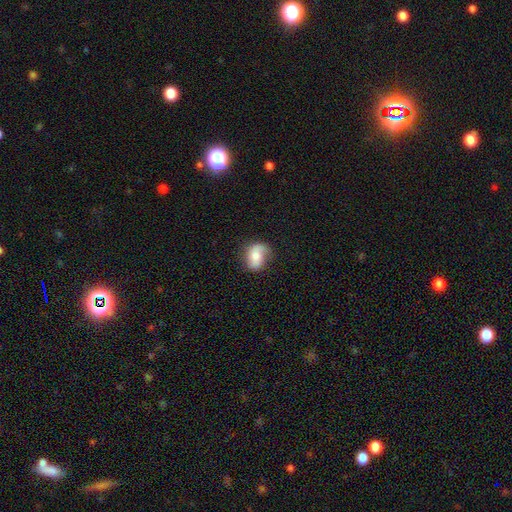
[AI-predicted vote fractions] Smooth or featured: smooth — 53% (featured or disk — 39%)
How rounded: in between — 65% (round — 34%)
Merging: none — 63% (minor disturbance — 25%)